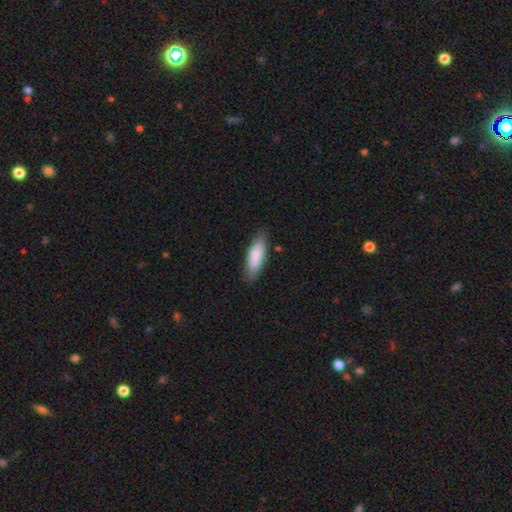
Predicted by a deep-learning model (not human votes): Smooth or featured?
  - smooth: 81% *
  - featured or disk: 14%
  - star or artifact: 6%
How rounded?
  - in between: 56% *
  - cigar-shaped: 42%
  - round: 2%
Merging?
  - none: 79% *
  - minor disturbance: 16%
  - major disturbance: 3%
  - merger: 2%